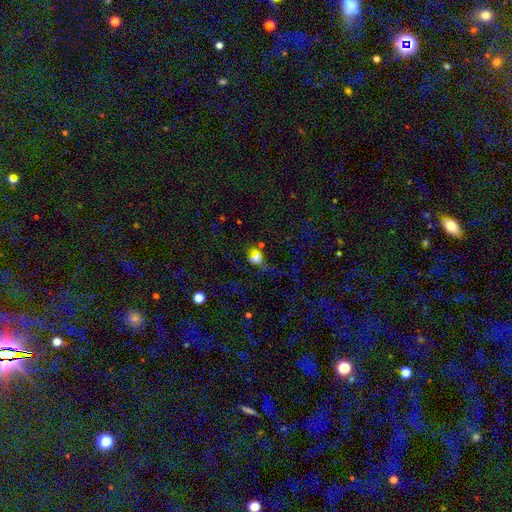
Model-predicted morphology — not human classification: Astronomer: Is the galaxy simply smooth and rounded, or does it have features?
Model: smooth — 54% (runner-up: star or artifact, 35%).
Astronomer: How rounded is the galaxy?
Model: in between — 53% (runner-up: round, 42%).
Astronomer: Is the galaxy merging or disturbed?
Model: none — 55%.